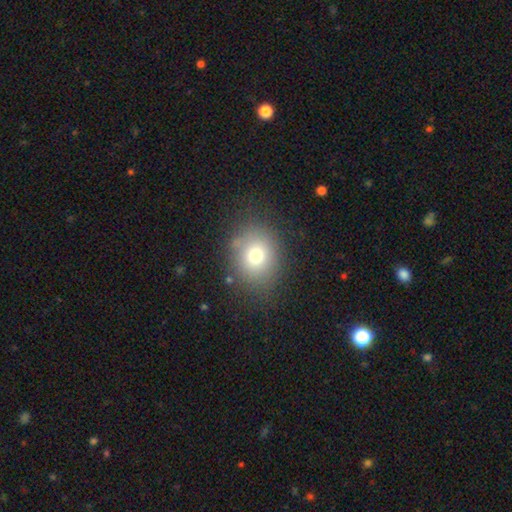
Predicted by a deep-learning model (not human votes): Smooth or featured: smooth — 74% (star or artifact — 14%)
How rounded: round — 65% (in between — 34%)
Merging: none — 80% (minor disturbance — 13%)